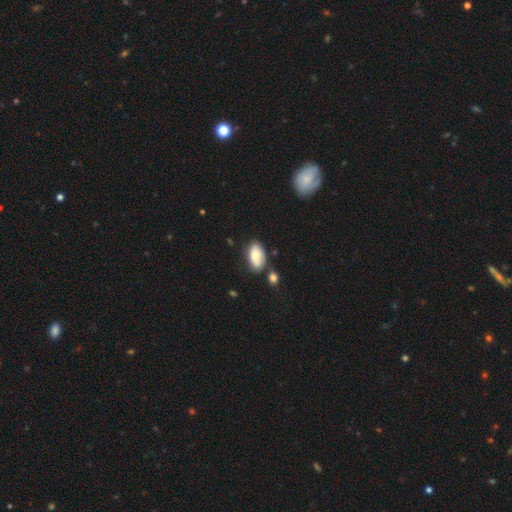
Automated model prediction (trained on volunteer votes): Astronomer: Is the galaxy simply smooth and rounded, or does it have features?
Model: smooth — 78%.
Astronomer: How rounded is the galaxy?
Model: in between — 93%.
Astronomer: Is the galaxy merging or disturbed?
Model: none — 56%.